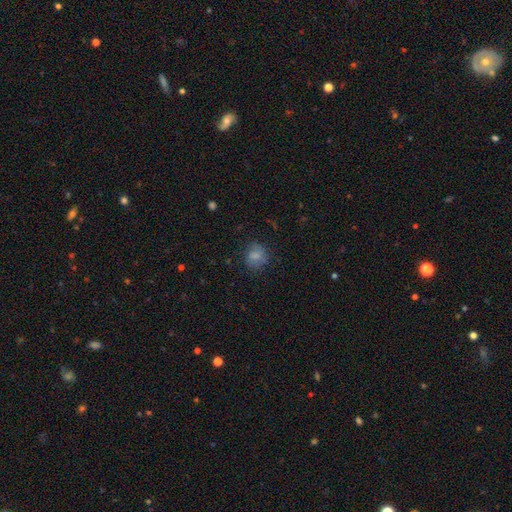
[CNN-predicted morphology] Q: Smooth or featured?
A: smooth (76%); runner-up: featured or disk (13%)
Q: How rounded?
A: round (74%); runner-up: in between (25%)
Q: Merging?
A: none (71%); runner-up: minor disturbance (19%)